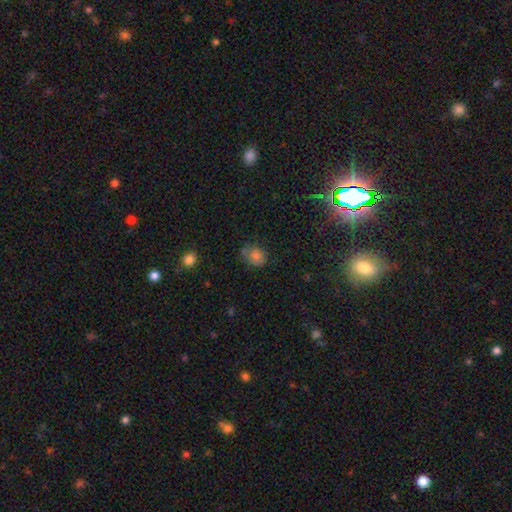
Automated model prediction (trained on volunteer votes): Q: Smooth or featured?
A: smooth (77%); runner-up: star or artifact (14%)
Q: How rounded?
A: round (55%); runner-up: in between (44%)
Q: Merging?
A: none (60%); runner-up: minor disturbance (26%)